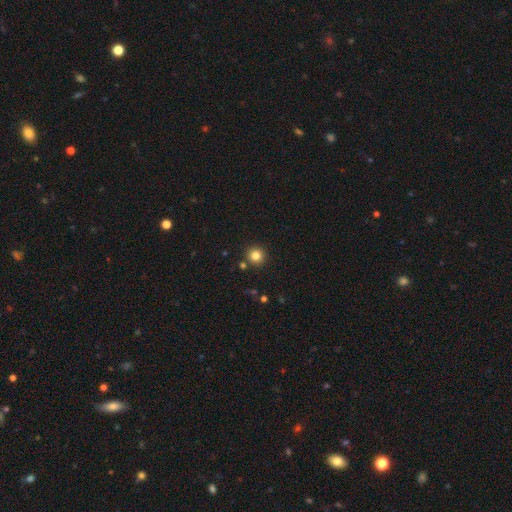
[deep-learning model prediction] Smooth or featured?
  - smooth: 82% *
  - star or artifact: 13%
  - featured or disk: 6%
How rounded?
  - round: 94% *
  - in between: 5%
  - cigar-shaped: 1%
Merging?
  - none: 88% *
  - minor disturbance: 6%
  - merger: 4%
  - major disturbance: 2%